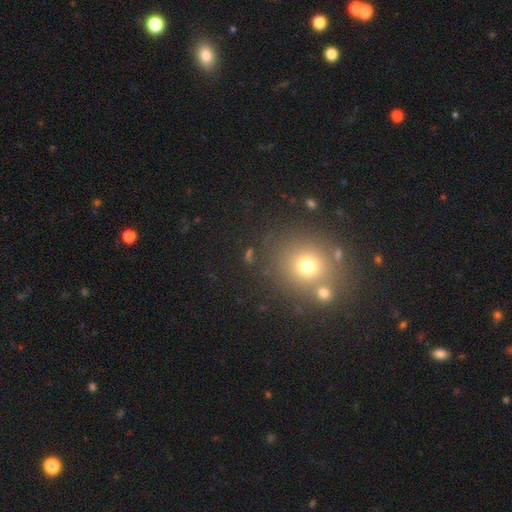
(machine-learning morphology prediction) A smooth galaxy with no disk features (59%) that is round (82%). Merging: none (75%).